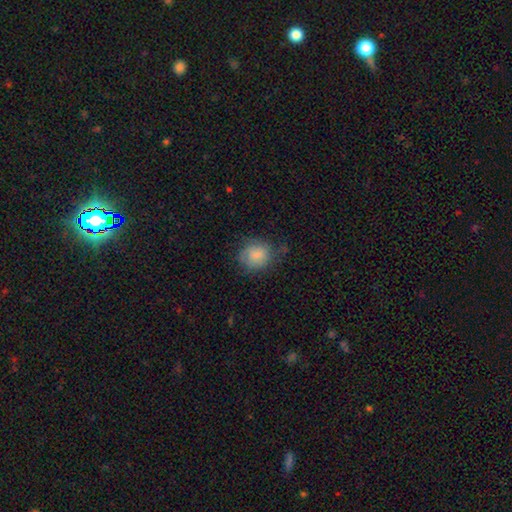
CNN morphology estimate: type=smooth (78%); roundness=round (72%); merging=none (59%).